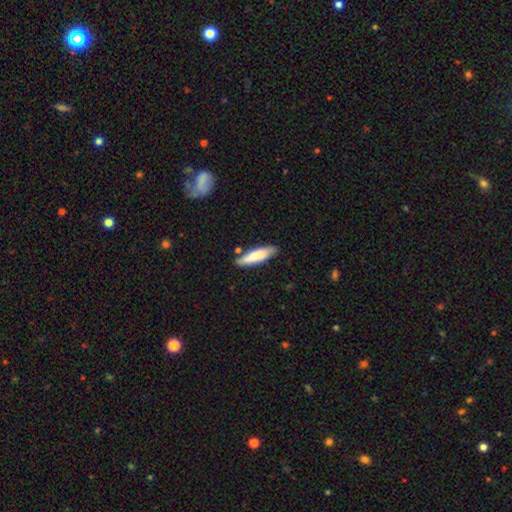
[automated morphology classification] smooth 77%, featured or disk 17%, star or artifact 6%. Down the decision tree: how rounded — cigar-shaped (69%); merging — none (78%).